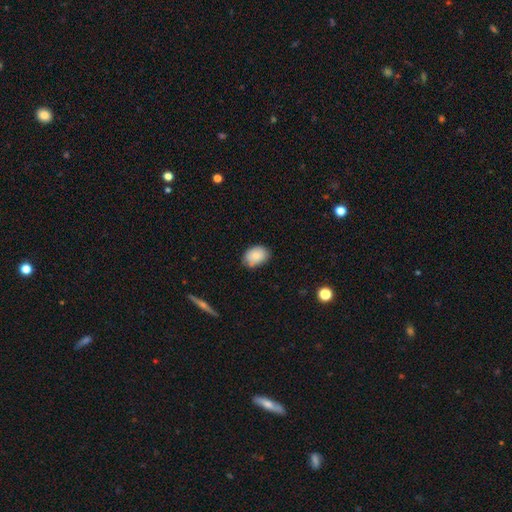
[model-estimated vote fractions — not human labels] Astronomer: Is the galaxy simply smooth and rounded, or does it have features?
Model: smooth — 81%.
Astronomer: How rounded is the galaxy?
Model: in between — 76%.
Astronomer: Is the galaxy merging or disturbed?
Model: none — 73%.